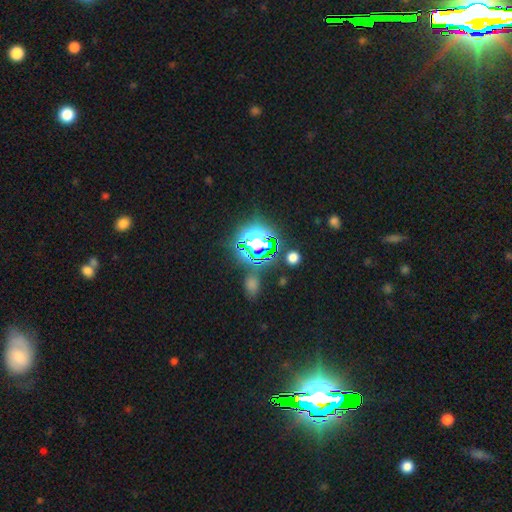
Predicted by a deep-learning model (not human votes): A star or artifact, not a galaxy (83%).